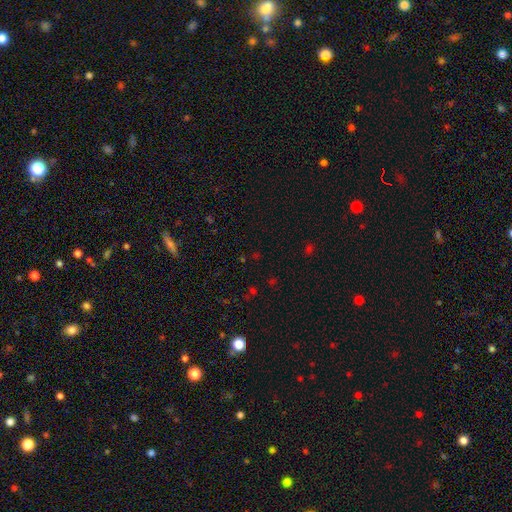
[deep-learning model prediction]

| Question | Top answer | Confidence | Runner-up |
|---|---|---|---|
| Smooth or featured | star or artifact | 61% | smooth (32%) |